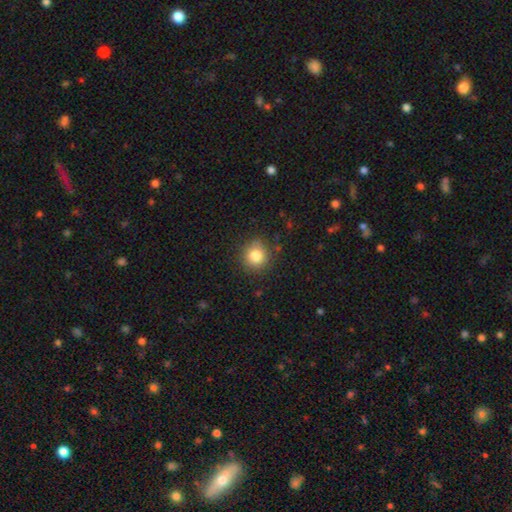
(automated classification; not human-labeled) Overall: smooth (82%). How rounded: round (91%). Merging: none (86%).